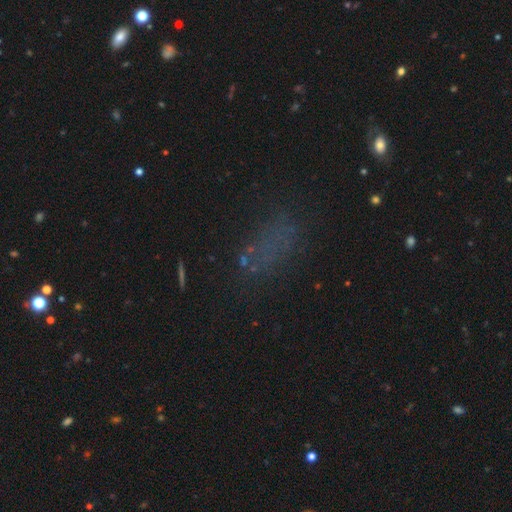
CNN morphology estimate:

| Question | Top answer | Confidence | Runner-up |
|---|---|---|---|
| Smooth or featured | smooth | 42% | star or artifact (38%) |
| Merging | none | 56% | major disturbance (20%) |